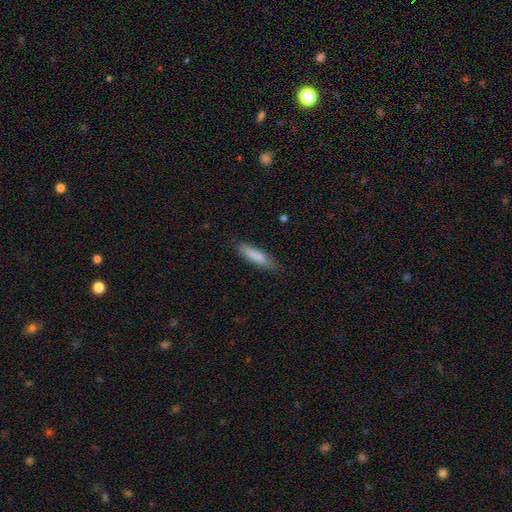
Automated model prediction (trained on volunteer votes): smooth 83%, featured or disk 11%, star or artifact 6%. Down the decision tree: how rounded — cigar-shaped (79%); merging — none (86%).